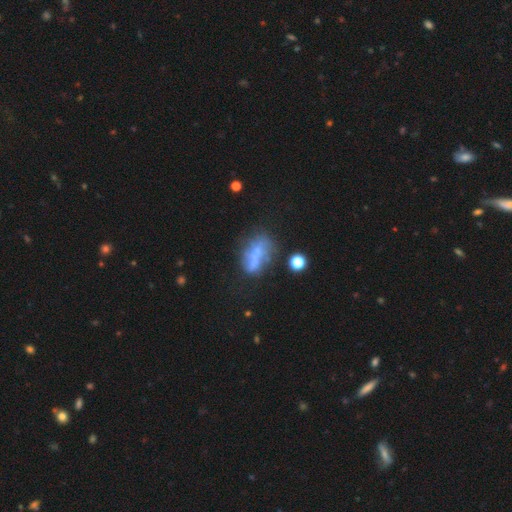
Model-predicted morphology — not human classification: This is possibly a smooth galaxy (46%). Merging: marginally none (38%).